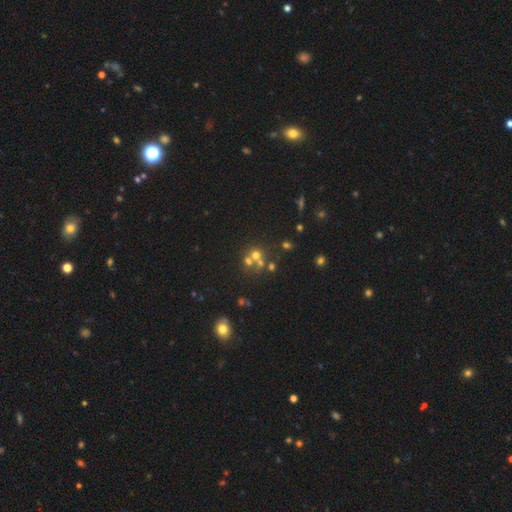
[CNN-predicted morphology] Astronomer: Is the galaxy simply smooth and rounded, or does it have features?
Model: smooth — 47% (runner-up: star or artifact, 32%).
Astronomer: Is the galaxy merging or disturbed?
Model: none — 48% (runner-up: merger, 39%).